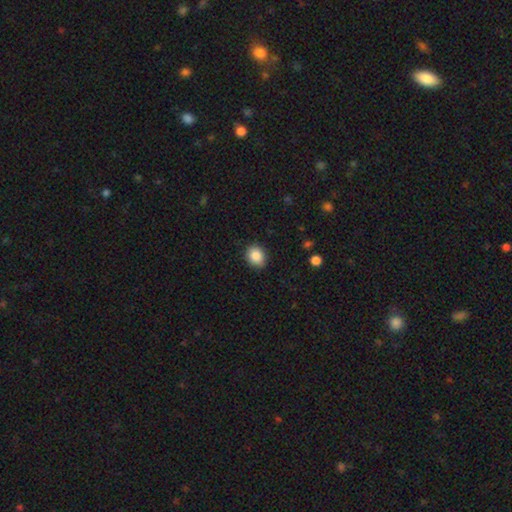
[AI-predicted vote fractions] Overall: smooth (88%). How rounded: round (53%; in between 46%). Merging: none (88%).